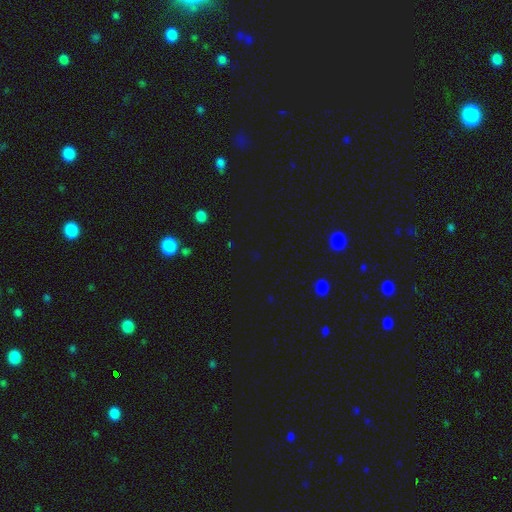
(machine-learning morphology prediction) Smooth or featured? star or artifact (69%)